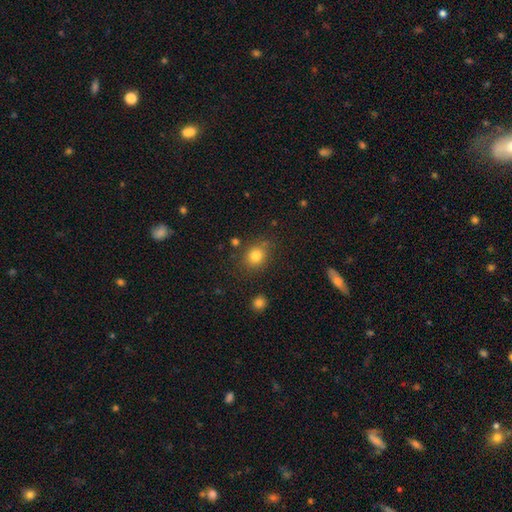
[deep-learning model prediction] This is clearly a smooth galaxy (81%). How rounded: likely round (68%). Merging: likely none (77%).